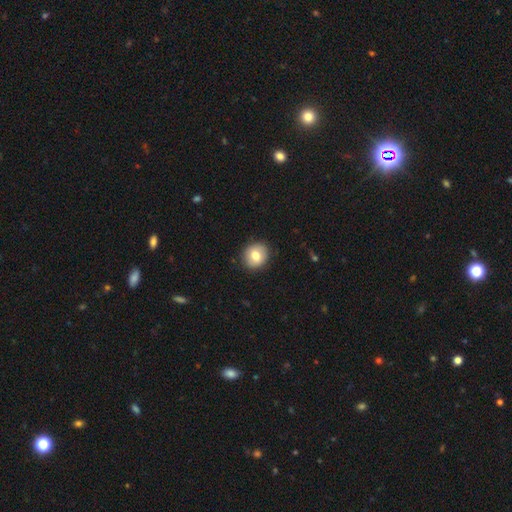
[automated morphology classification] Smooth or featured? smooth (75%)
How rounded? round (79%)
Merging? none (89%)